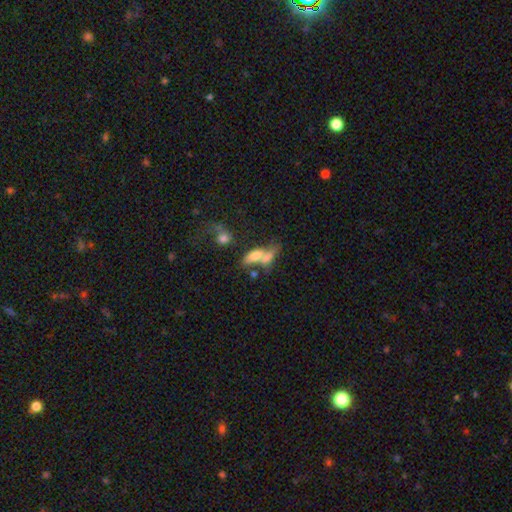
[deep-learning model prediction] A smooth galaxy with no disk features (61%) that is in between round and cigar-shaped (64%).

Vote fractions:
- Smooth or featured? smooth: 61% / featured or disk: 28% / star or artifact: 11%
- How rounded? in between: 64% / cigar-shaped: 29% / round: 6%
- Merging? merger: 53% / none: 25% / minor disturbance: 11% / major disturbance: 11%